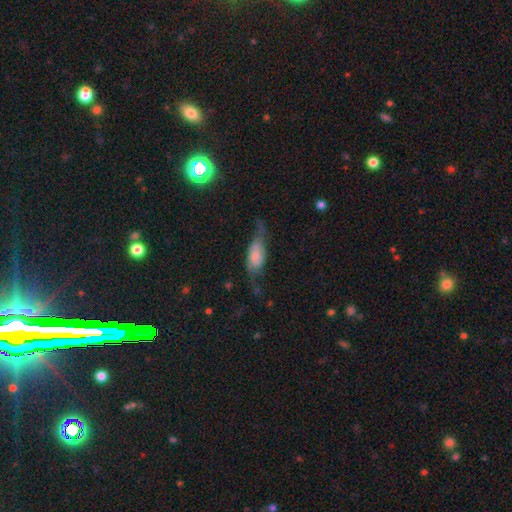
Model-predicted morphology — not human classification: A smooth galaxy with no disk features (49%).

Vote fractions:
- Smooth or featured? smooth: 49% / featured or disk: 43% / star or artifact: 8%
- Merging? none: 38% / minor disturbance: 31% / major disturbance: 29% / merger: 3%